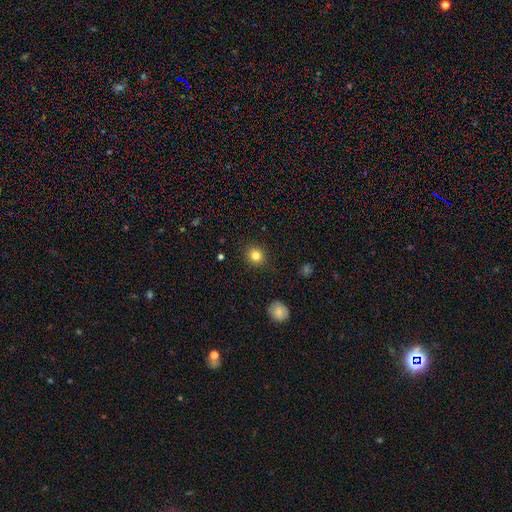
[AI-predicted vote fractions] Smooth or featured? Predicted: smooth (p=0.82). How rounded? Predicted: round (p=0.82). Merging? Predicted: none (p=0.90).